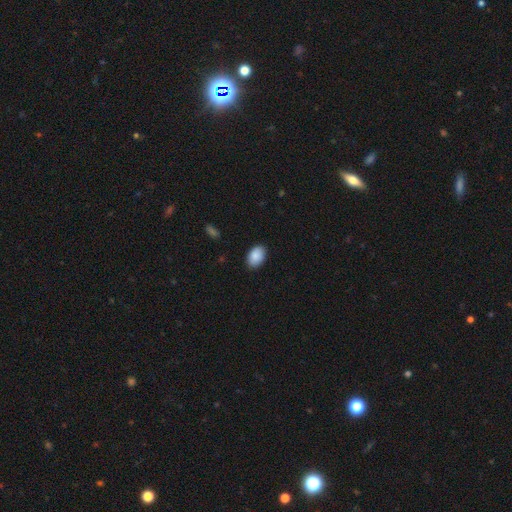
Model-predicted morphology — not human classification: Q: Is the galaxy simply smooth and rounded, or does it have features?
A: smooth — 90%.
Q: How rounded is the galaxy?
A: in between — 88%.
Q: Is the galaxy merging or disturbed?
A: none — 88%.